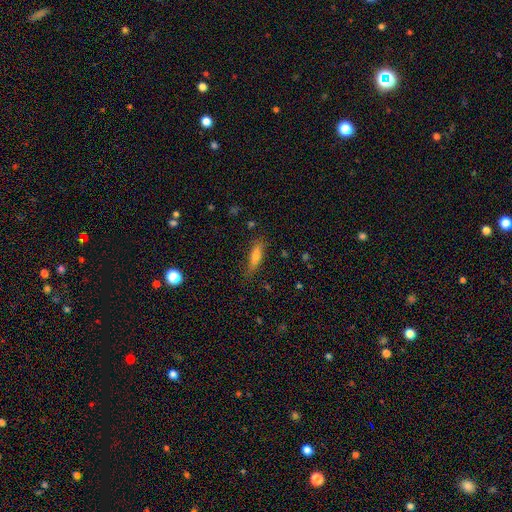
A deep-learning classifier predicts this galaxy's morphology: A smooth galaxy with no disk features (66%) that is cigar-shaped (66%).

Vote fractions:
- Smooth or featured? smooth: 66% / featured or disk: 26% / star or artifact: 9%
- How rounded? cigar-shaped: 66% / in between: 31% / round: 2%
- Merging? none: 74% / minor disturbance: 20% / major disturbance: 5% / merger: 2%